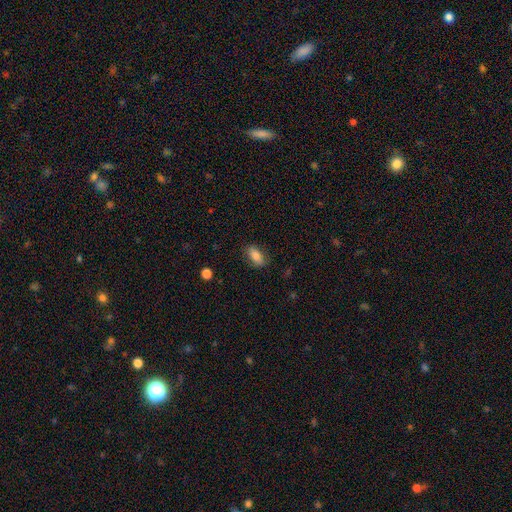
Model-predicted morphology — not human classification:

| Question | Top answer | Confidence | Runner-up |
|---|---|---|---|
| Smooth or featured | smooth | 78% | featured or disk (14%) |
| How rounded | in between | 82% | cigar-shaped (13%) |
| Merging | none | 83% | minor disturbance (13%) |